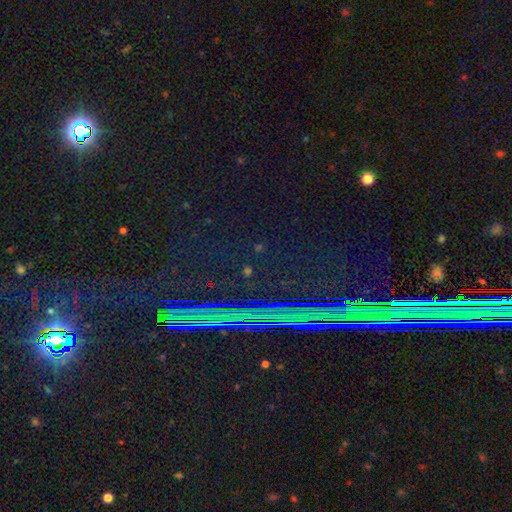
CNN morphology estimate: star or artifact 84%, featured or disk 8%, smooth 8%.